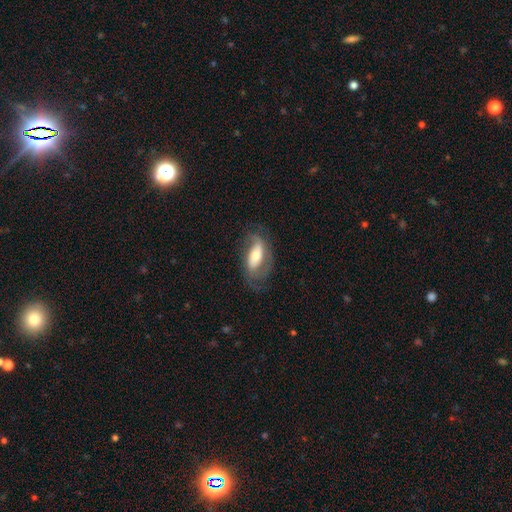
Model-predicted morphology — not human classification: This is likely a featured or disk galaxy (63%). It is clearly not viewed edge-on (88%). Bar: marginally strong (36%). Spiral arm pattern: clearly yes (83%). Central bulge: possibly moderate (55%). Merging: possibly none (59%).